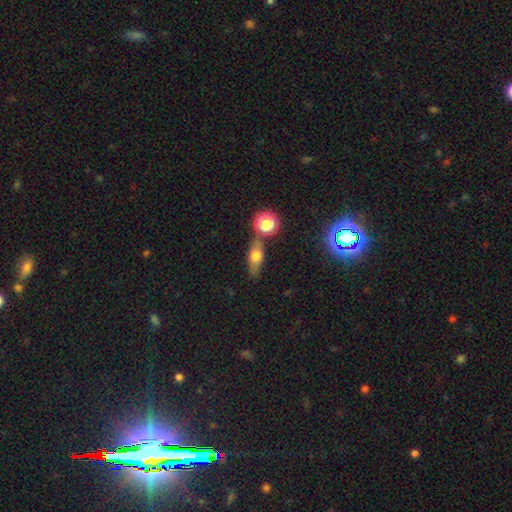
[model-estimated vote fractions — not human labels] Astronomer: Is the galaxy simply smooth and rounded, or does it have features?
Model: smooth — 59%.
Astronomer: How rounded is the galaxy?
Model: in between — 61%.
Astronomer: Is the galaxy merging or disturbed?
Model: none — 70%.